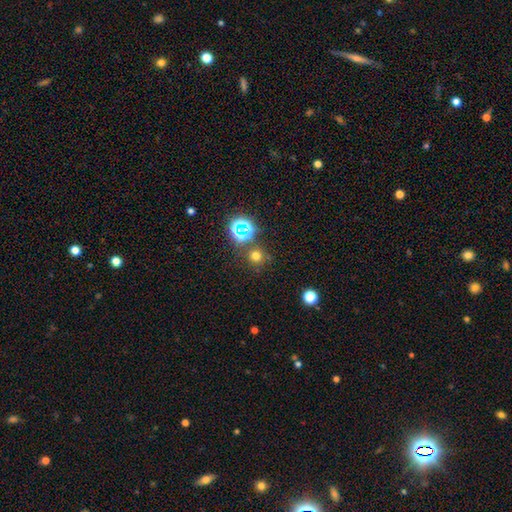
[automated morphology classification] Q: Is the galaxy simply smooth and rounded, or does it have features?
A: smooth — 65%.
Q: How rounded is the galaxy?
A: round — 92%.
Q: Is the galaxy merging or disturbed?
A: none — 79%.